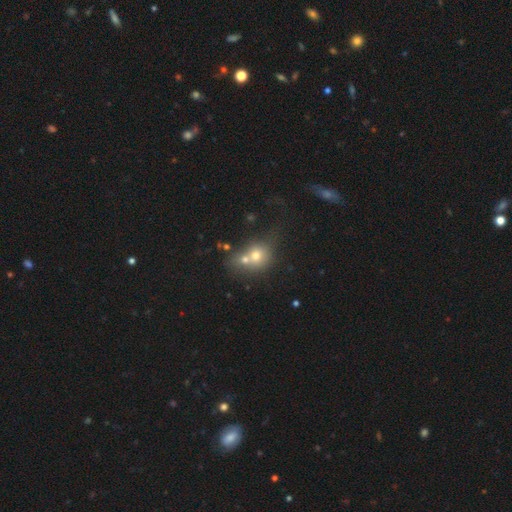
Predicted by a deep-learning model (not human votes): A smooth galaxy with no disk features (65%) that is round (70%). Merging: merger (59%).